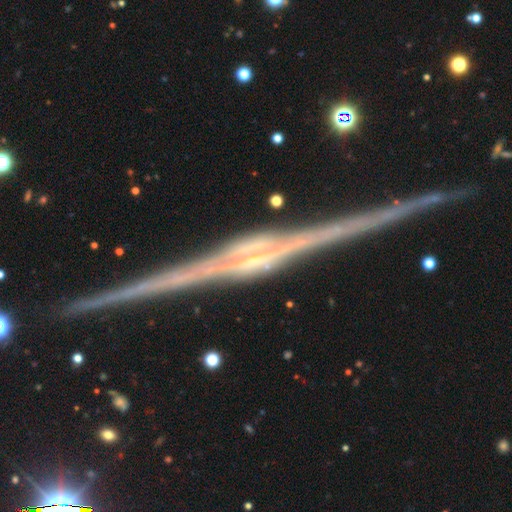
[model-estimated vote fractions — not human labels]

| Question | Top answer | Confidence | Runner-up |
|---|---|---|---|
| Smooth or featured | featured or disk | 89% | star or artifact (7%) |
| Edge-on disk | yes | 99% | no (1%) |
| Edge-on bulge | rounded | 70% | boxy (16%) |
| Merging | none | 92% | minor disturbance (5%) |